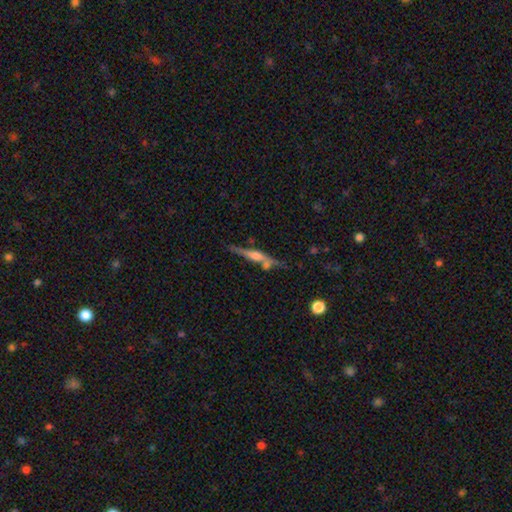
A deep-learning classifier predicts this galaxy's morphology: Overall: featured or disk (64%; smooth 30%). Edge-on disk: yes (94%). Edge-on bulge: rounded (72%). Merging: none (63%).